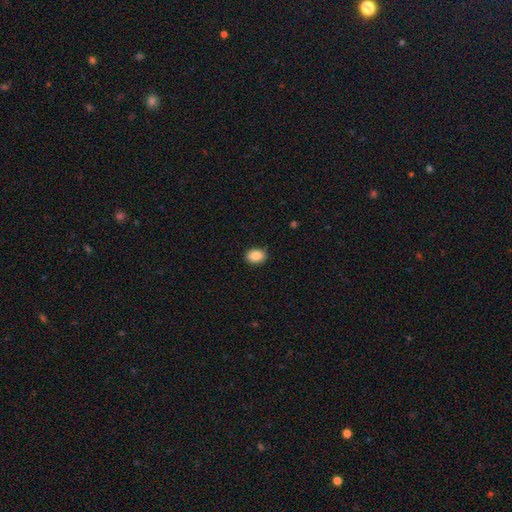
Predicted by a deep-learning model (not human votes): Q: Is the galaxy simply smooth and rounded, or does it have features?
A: smooth — 88%.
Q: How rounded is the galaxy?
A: in between — 74%.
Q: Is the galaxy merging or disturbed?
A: none — 86%.